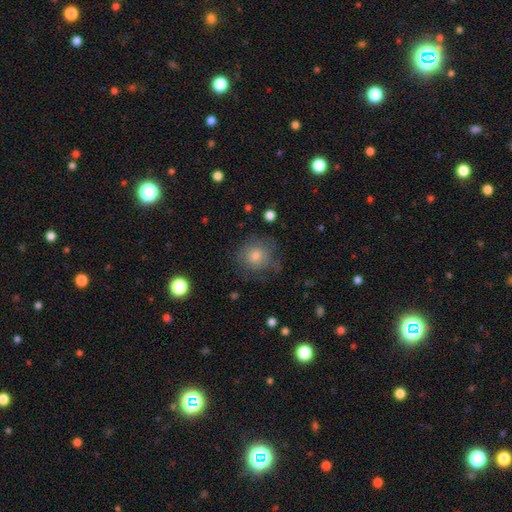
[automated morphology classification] A smooth galaxy with no disk features (62%) that is round (88%). Merging: none (71%).